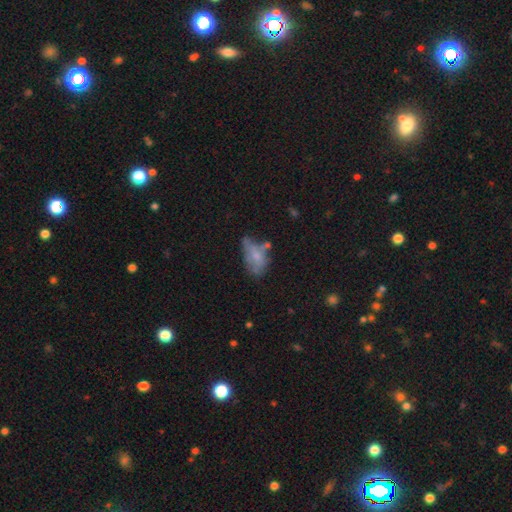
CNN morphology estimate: smooth 51%, featured or disk 39%, star or artifact 11%. Down the decision tree: how rounded — in between (88%); merging — none (33%).